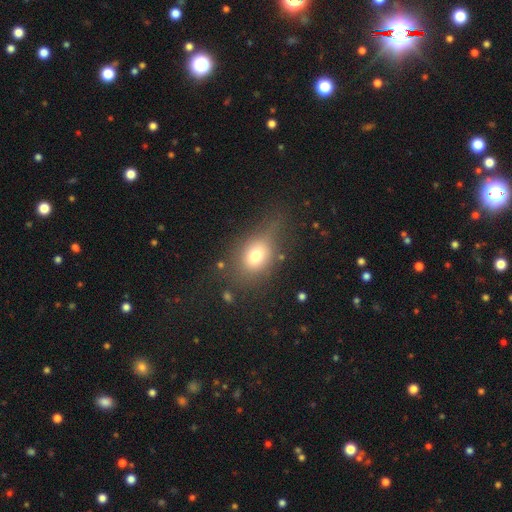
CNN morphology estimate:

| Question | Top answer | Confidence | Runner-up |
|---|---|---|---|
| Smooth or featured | smooth | 71% | featured or disk (16%) |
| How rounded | in between | 58% | round (40%) |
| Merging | none | 55% | minor disturbance (24%) |